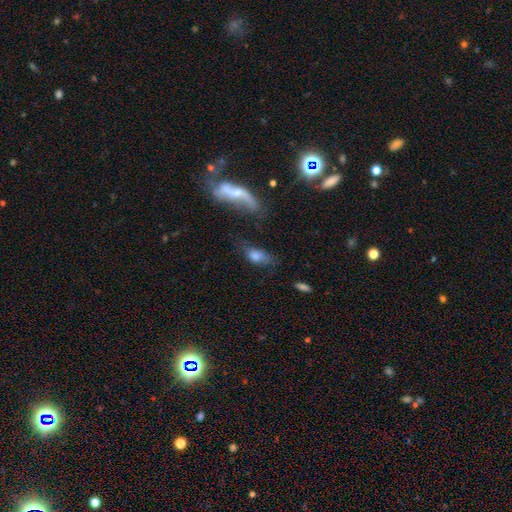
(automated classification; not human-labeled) Smooth or featured: smooth — 61% (featured or disk — 27%)
How rounded: in between — 78% (cigar-shaped — 13%)
Merging: none — 44% (minor disturbance — 24%)